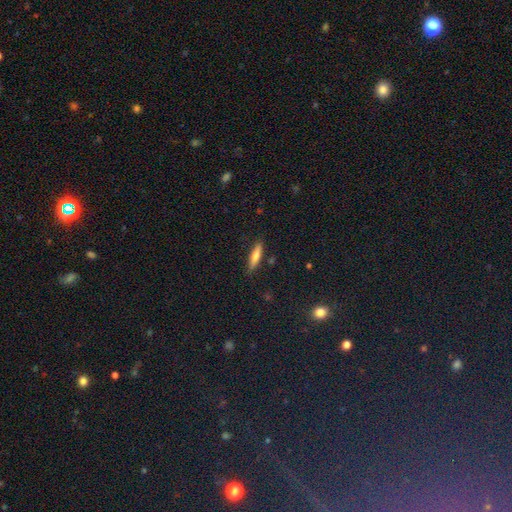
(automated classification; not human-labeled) The model was most divided on "smooth or featured": smooth: 66%, featured or disk: 27%, star or artifact: 7%. More confident: merging — none (86%); how rounded — cigar-shaped (78%).